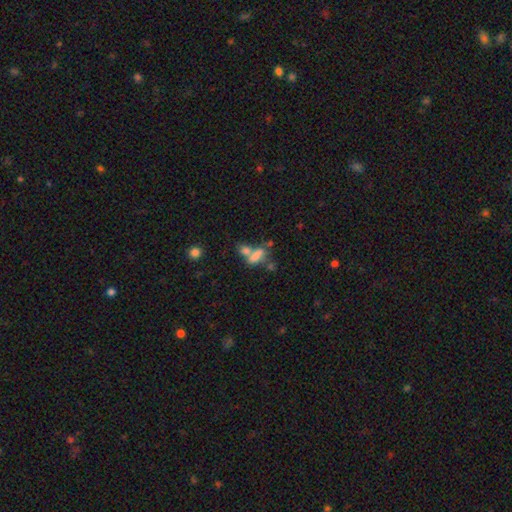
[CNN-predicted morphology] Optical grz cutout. It shows a smooth galaxy with no disk features (67%) that is in between round and cigar-shaped (75%). Merging: merger (54%).